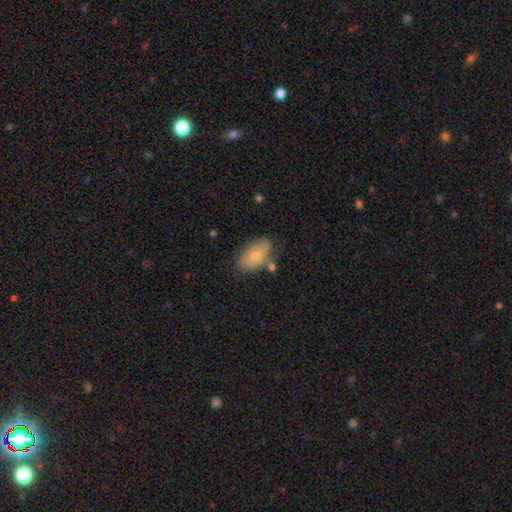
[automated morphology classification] Overall: smooth (60%; featured or disk 33%). How rounded: in between (92%). Merging: none (61%; minor disturbance 24%).